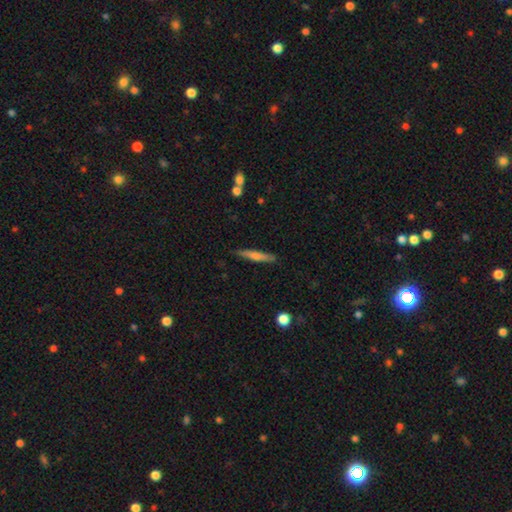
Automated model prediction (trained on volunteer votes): Q: Smooth or featured?
A: smooth (55%); runner-up: featured or disk (39%)
Q: How rounded?
A: cigar-shaped (92%); runner-up: in between (6%)
Q: Merging?
A: none (87%); runner-up: minor disturbance (10%)